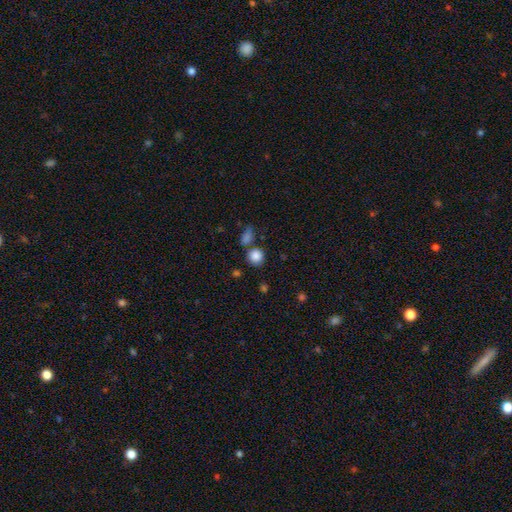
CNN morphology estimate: Q: Smooth or featured?
A: smooth (85%); runner-up: star or artifact (10%)
Q: How rounded?
A: round (88%); runner-up: in between (11%)
Q: Merging?
A: none (72%); runner-up: merger (13%)